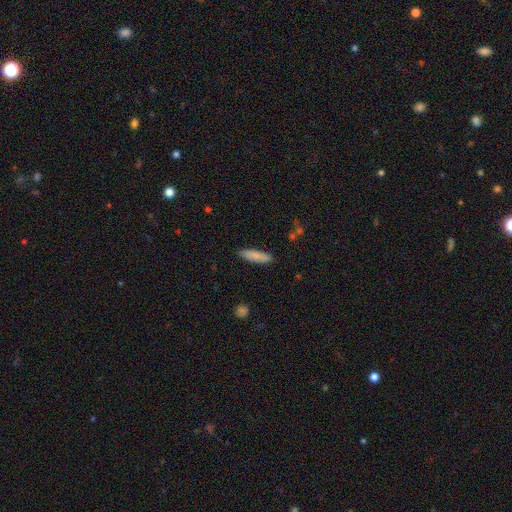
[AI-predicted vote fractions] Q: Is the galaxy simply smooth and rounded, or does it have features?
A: smooth — 82%.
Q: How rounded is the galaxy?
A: cigar-shaped — 67%.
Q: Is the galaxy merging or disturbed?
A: none — 86%.